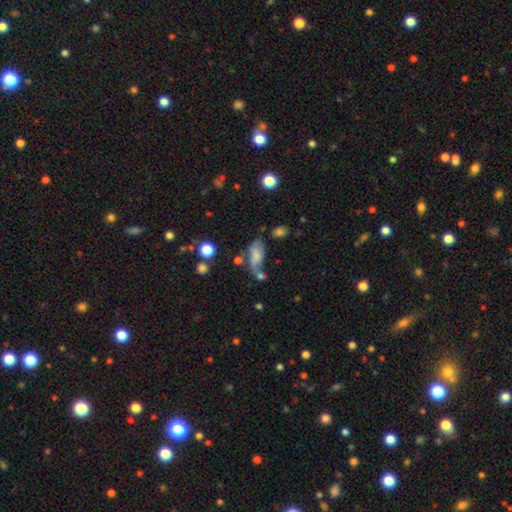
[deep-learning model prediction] Overall: smooth (55%; featured or disk 33%). How rounded: in between (84%). Merging: major disturbance (29%; none 26%).